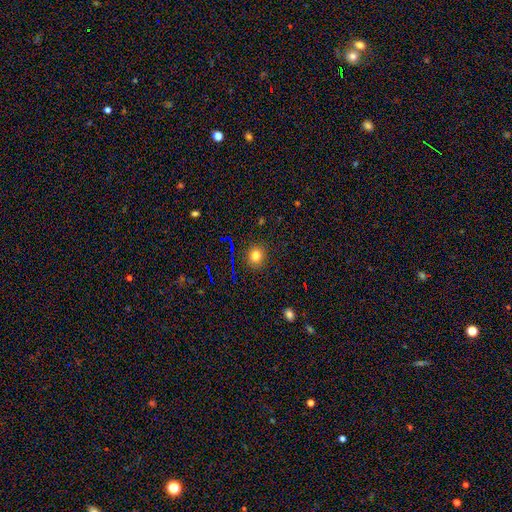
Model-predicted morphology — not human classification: Q: Smooth or featured?
A: smooth (76%); runner-up: star or artifact (17%)
Q: How rounded?
A: round (81%); runner-up: in between (18%)
Q: Merging?
A: none (89%); runner-up: minor disturbance (7%)